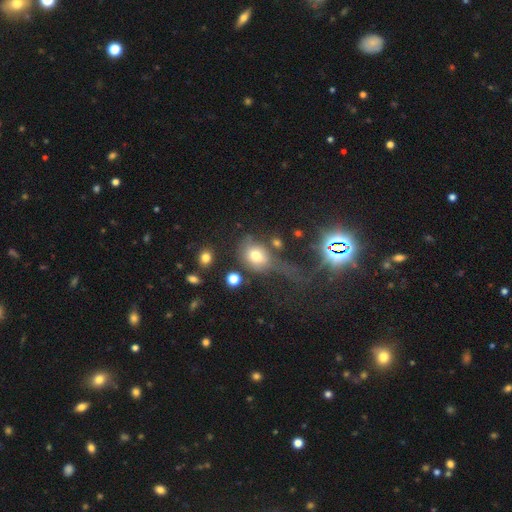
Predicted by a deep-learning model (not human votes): A smooth galaxy with no disk features (69%) that is in between round and cigar-shaped (54%). Merging: none (35%).